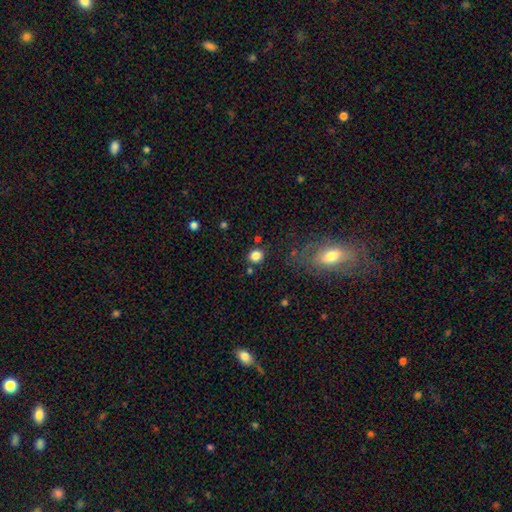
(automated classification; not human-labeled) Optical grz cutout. It shows a smooth galaxy with no disk features (83%) that is round (83%). Merging: none (84%).